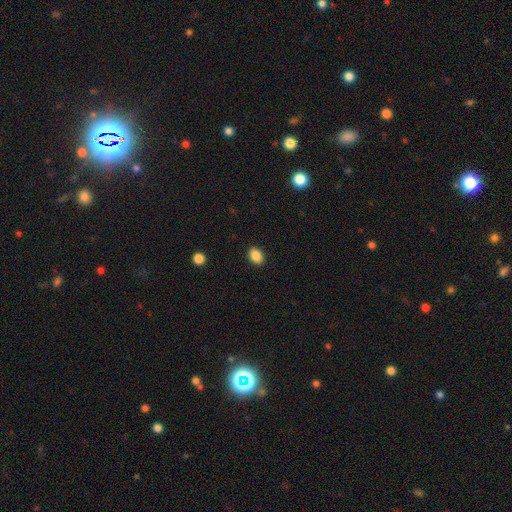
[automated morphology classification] smooth-or-featured: smooth: 88% | star or artifact: 9% | featured or disk: 3%
  how-rounded: in between: 74% | round: 25% | cigar-shaped: 1%
  merging: none: 90% | minor disturbance: 7% | major disturbance: 2% | merger: 1%